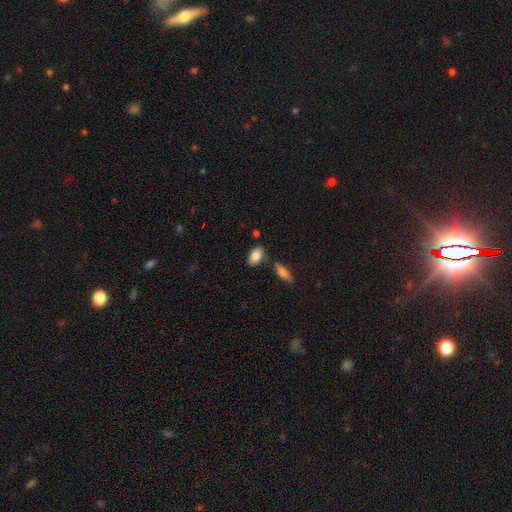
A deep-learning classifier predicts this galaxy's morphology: This is clearly a smooth galaxy (86%). How rounded: clearly in between (92%). Merging: likely none (75%).